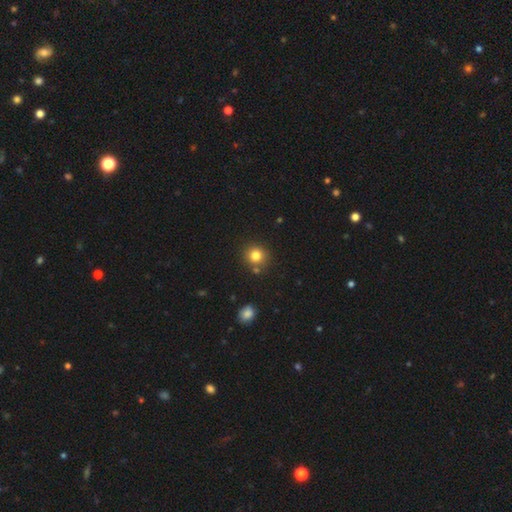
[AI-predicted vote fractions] This appears to be a smooth galaxy with no disk features (81%) that is round (91%). Merging: none (81%).